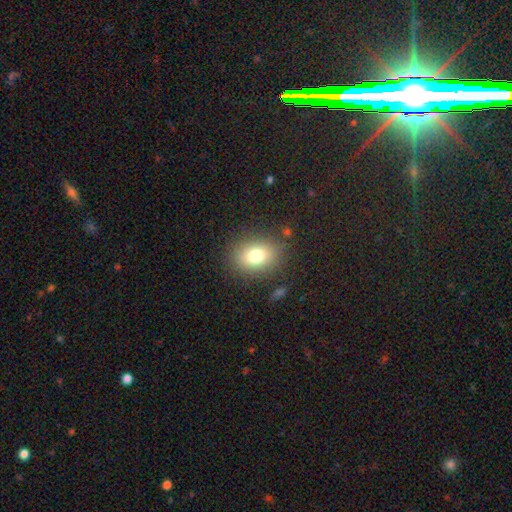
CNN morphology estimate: This is likely a smooth galaxy (77%). How rounded: likely in between (63%). Merging: clearly none (84%).